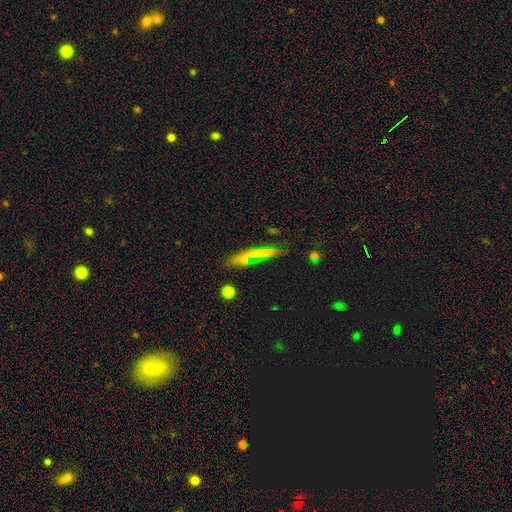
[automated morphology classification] This is possibly a smooth galaxy (56%). How rounded: likely cigar-shaped (74%). Merging: clearly none (81%).